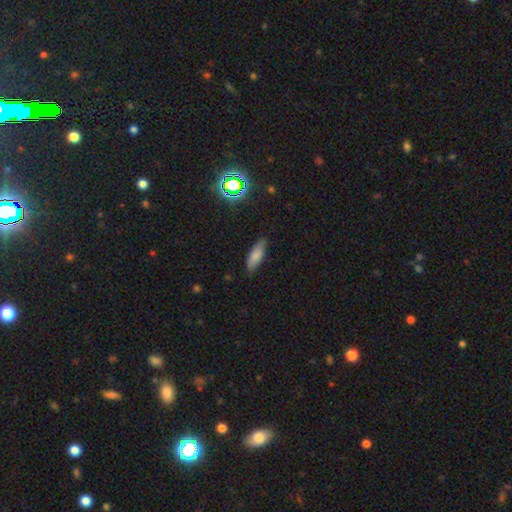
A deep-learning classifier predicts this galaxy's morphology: This appears to be a smooth galaxy with no disk features (79%) that is in between round and cigar-shaped (59%). Merging: none (82%).